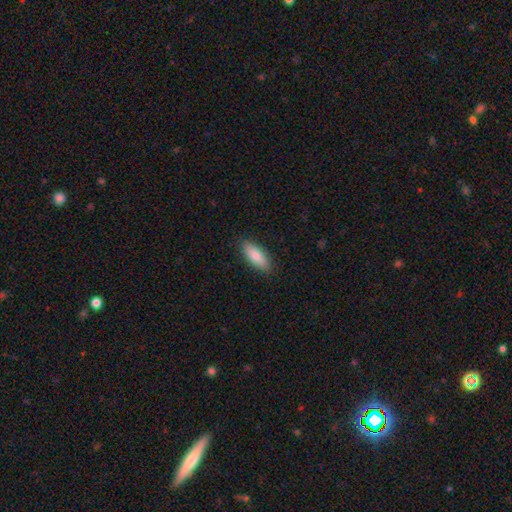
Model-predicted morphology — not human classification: Smooth or featured?
  - smooth: 84% *
  - featured or disk: 10%
  - star or artifact: 6%
How rounded?
  - in between: 72% *
  - cigar-shaped: 27%
  - round: 2%
Merging?
  - none: 88% *
  - minor disturbance: 9%
  - major disturbance: 2%
  - merger: 1%